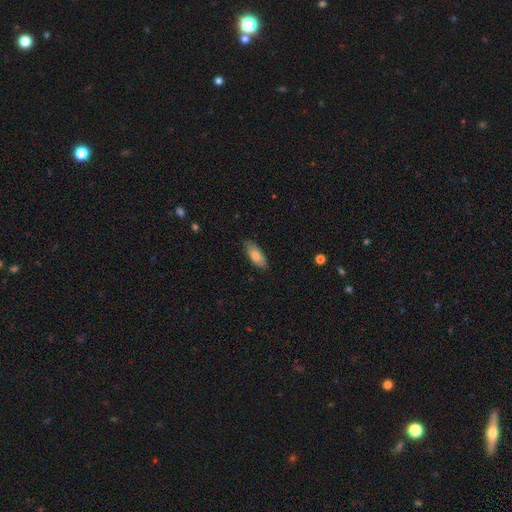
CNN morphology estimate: type=smooth (77%); roundness=in between (82%); merging=none (83%).